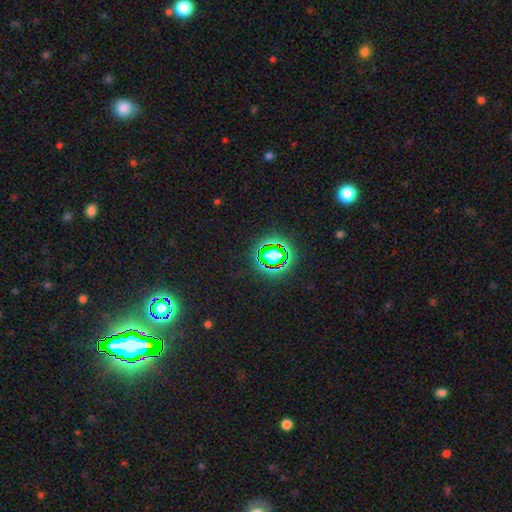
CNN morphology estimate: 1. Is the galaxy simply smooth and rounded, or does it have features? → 80% star or artifact, 14% smooth, 6% featured or disk.